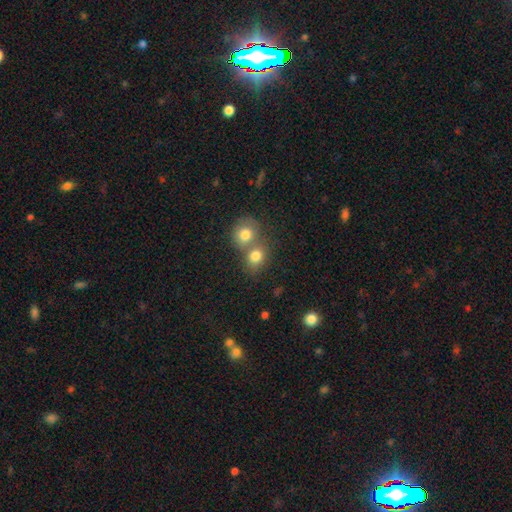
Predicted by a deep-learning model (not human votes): Smooth or featured? Predicted: smooth (p=0.80). How rounded? Predicted: round (p=0.68). Merging? Predicted: merger (p=0.53).